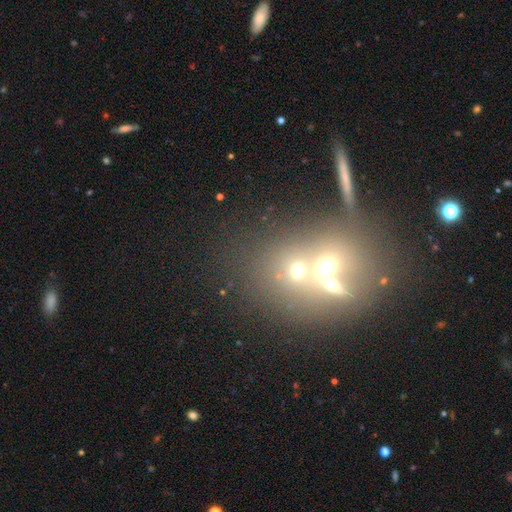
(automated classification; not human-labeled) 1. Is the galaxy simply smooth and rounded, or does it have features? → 42% smooth, 31% star or artifact, 26% featured or disk.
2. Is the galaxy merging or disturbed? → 55% merger, 32% none, 7% minor disturbance, 5% major disturbance.